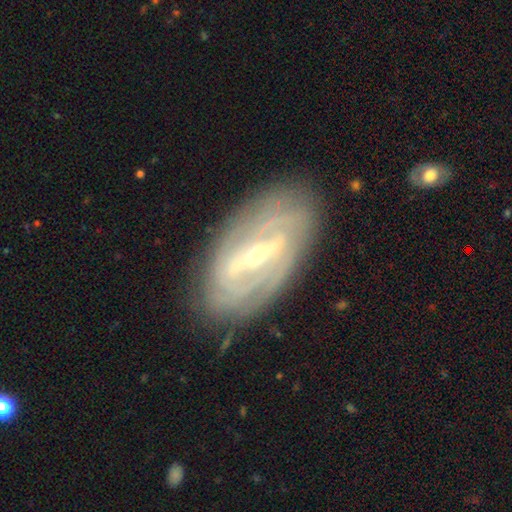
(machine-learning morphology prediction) Smooth or featured?
  - featured or disk: 86% *
  - smooth: 8%
  - star or artifact: 6%
Edge-on disk?
  - no: 91% *
  - yes: 9%
Bar?
  - strong: 67% *
  - weak: 25%
  - no: 8%
Spiral arms?
  - yes: 90% *
  - no: 10%
Spiral winding?
  - tight: 69% *
  - medium: 23%
  - loose: 8%
Spiral arm count?
  - can't tell: 34% *
  - 2: 33%
  - 3: 13%
  - 4: 10%
  - more than 4: 5%
  - 1: 5%
Bulge size?
  - small: 54% *
  - moderate: 43%
  - large: 2%
  - none: 1%
  - dominant: 1%
Merging?
  - none: 84% *
  - minor disturbance: 12%
  - major disturbance: 3%
  - merger: 1%